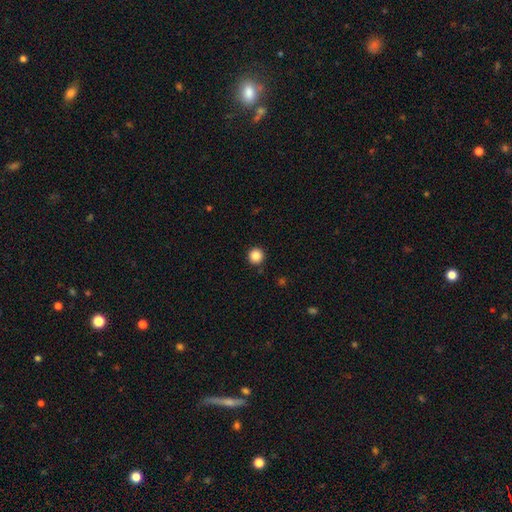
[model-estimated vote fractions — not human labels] Smooth or featured? Predicted: smooth (p=0.86). How rounded? Predicted: round (p=0.96). Merging? Predicted: none (p=0.92).